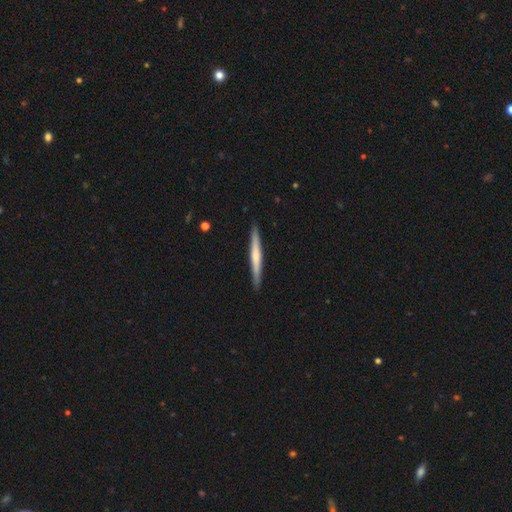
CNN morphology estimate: This is possibly a smooth galaxy (50%). Merging: clearly none (91%).